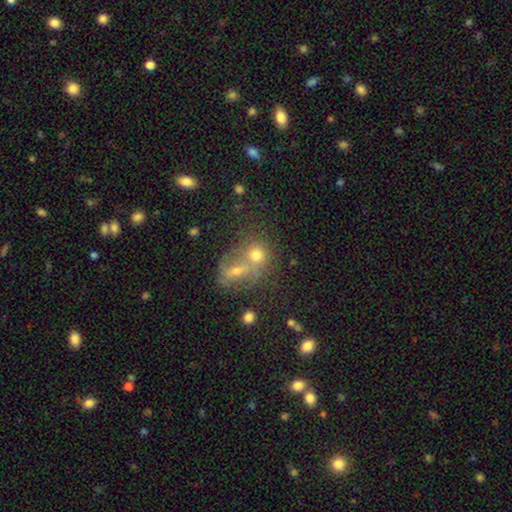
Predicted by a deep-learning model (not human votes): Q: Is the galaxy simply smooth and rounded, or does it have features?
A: smooth — 62%.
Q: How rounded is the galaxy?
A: round — 72%.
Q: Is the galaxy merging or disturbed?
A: merger — 53%.